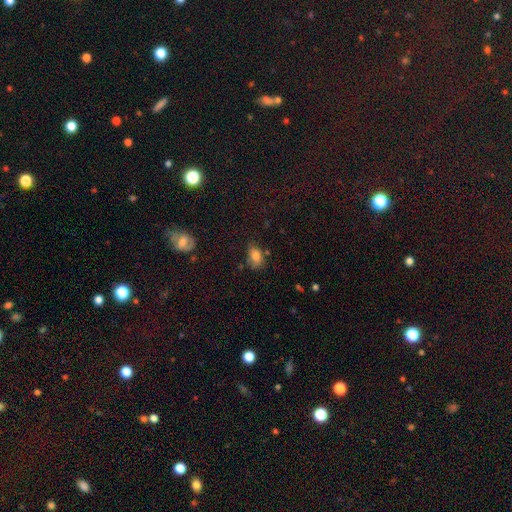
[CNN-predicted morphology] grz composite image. It shows a smooth galaxy with no disk features (80%) that is in between round and cigar-shaped (84%). Merging: none (61%).